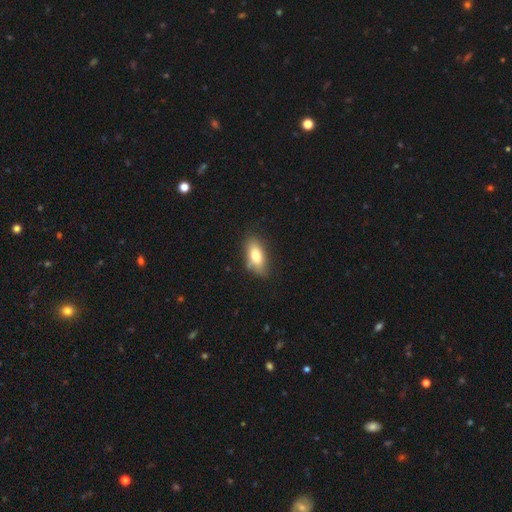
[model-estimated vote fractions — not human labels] Q: Smooth or featured?
A: smooth (77%); runner-up: featured or disk (16%)
Q: How rounded?
A: in between (85%); runner-up: cigar-shaped (11%)
Q: Merging?
A: none (72%); runner-up: minor disturbance (21%)